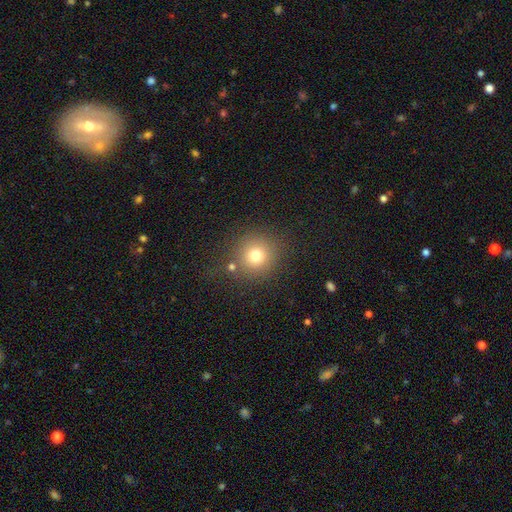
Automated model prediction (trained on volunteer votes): This appears to be a smooth galaxy with no disk features (75%) that is round (92%). Merging: none (77%).